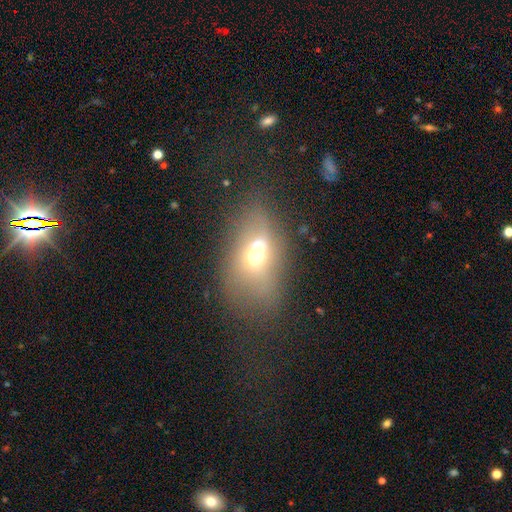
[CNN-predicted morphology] Smooth or featured? smooth (53%)
How rounded? in between (70%)
Merging? merger (51%)